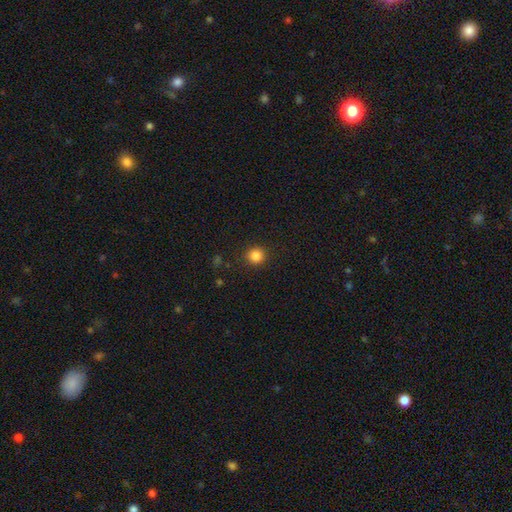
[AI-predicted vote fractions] smooth 85%, star or artifact 11%, featured or disk 4%. Down the decision tree: how rounded — round (92%); merging — none (90%).